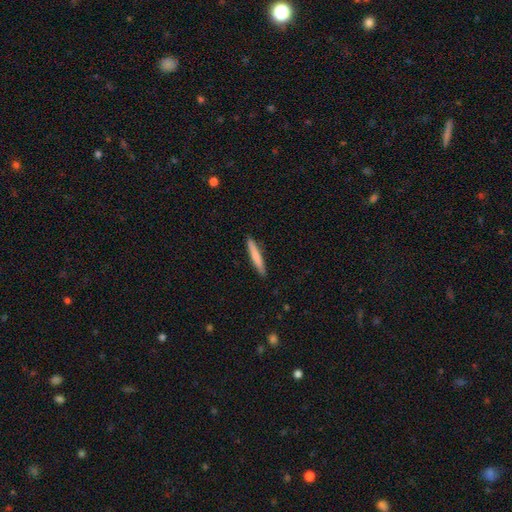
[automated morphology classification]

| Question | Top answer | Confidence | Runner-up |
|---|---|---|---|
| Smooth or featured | smooth | 74% | featured or disk (21%) |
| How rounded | cigar-shaped | 95% | in between (4%) |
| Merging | none | 90% | minor disturbance (8%) |